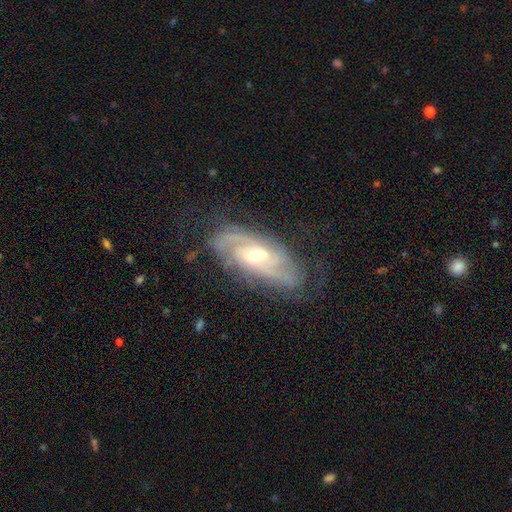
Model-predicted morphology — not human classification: Smooth or featured: featured or disk — 85% (smooth — 9%)
Edge-on disk: no — 91% (yes — 9%)
Bar: no — 45% (weak — 41%)
Spiral arms: yes — 94% (no — 6%)
Spiral winding: tight — 54% (medium — 35%)
Spiral arm count: 2 — 43% (can't tell — 28%)
Bulge size: moderate — 65% (small — 28%)
Merging: none — 71% (minor disturbance — 20%)